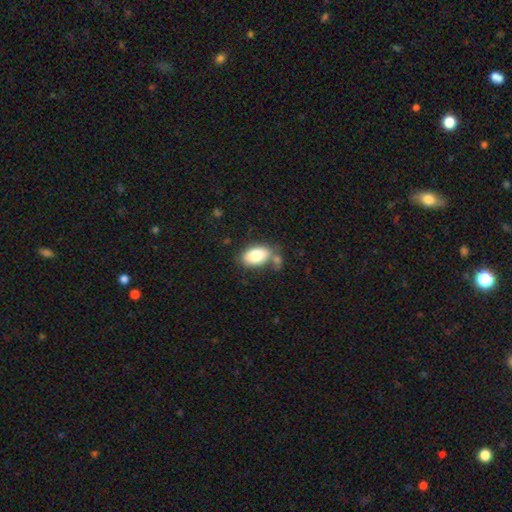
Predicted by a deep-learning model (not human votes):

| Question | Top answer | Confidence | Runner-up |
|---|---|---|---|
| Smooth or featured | smooth | 80% | featured or disk (13%) |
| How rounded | in between | 92% | round (7%) |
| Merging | none | 63% | minor disturbance (16%) |